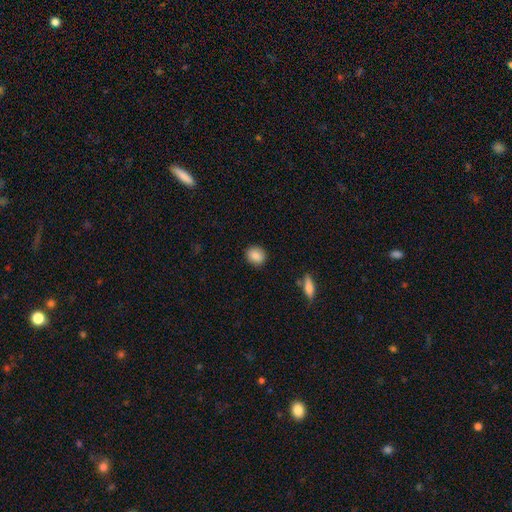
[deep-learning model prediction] Q: Smooth or featured?
A: smooth (88%); runner-up: star or artifact (8%)
Q: How rounded?
A: round (65%); runner-up: in between (33%)
Q: Merging?
A: none (88%); runner-up: minor disturbance (8%)